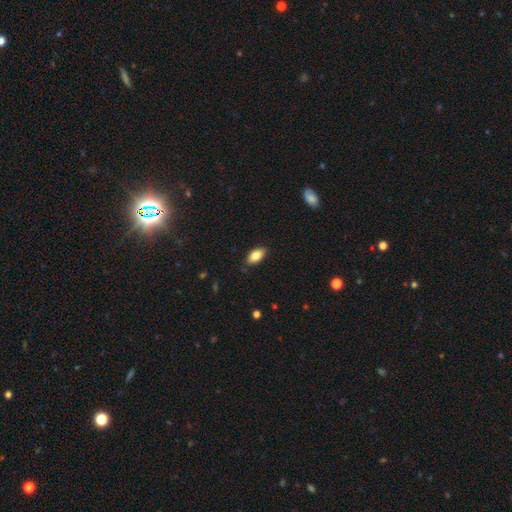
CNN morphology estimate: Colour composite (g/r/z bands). It shows a smooth galaxy with no disk features (84%) that is in between round and cigar-shaped (92%). Merging: none (84%).